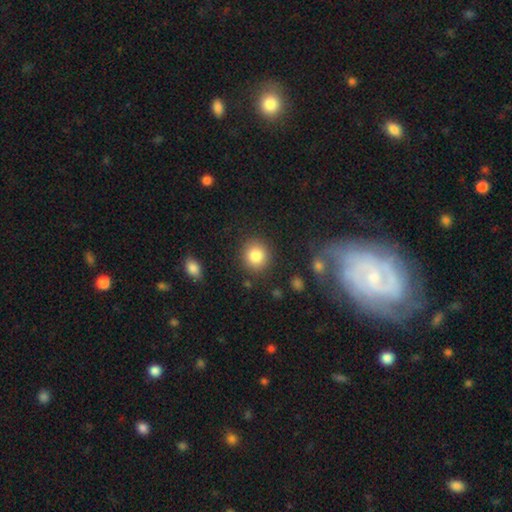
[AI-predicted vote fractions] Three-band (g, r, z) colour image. It shows a smooth galaxy with no disk features (85%) that is round (85%). Merging: none (86%).